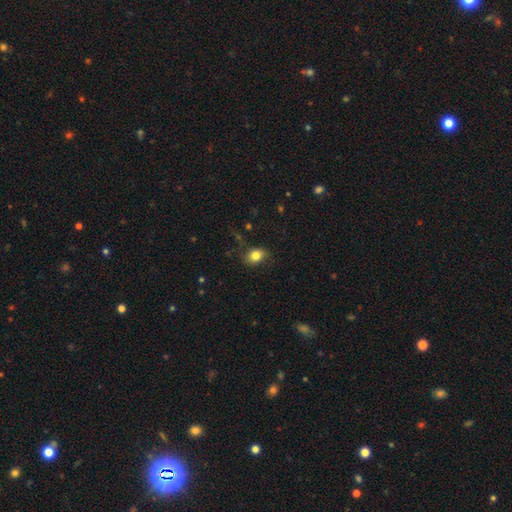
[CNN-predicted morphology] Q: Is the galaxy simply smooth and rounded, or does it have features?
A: smooth — 80%.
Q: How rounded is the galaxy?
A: in between — 58%.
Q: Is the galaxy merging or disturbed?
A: none — 72%.